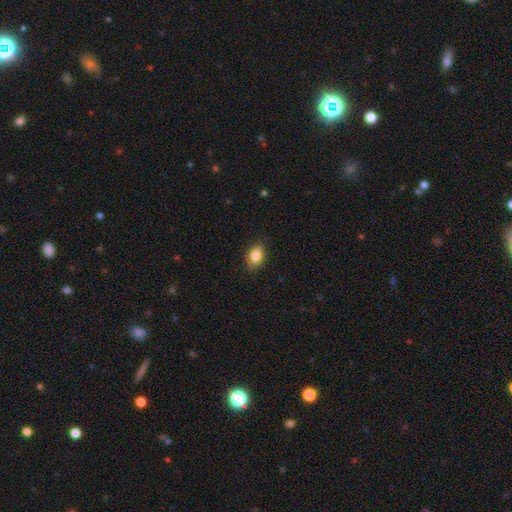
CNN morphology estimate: Smooth or featured: smooth — 85% (star or artifact — 8%)
How rounded: in between — 80% (round — 19%)
Merging: none — 84% (minor disturbance — 13%)